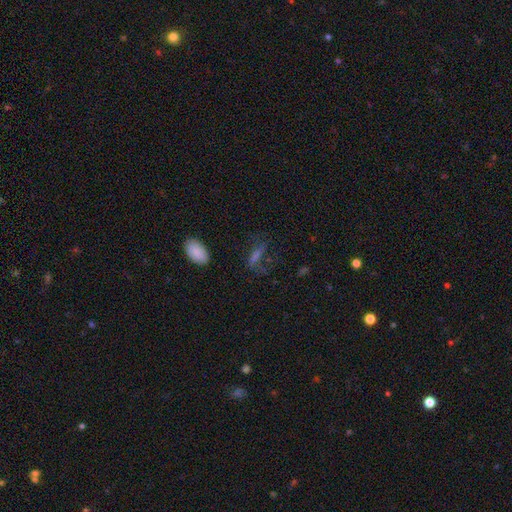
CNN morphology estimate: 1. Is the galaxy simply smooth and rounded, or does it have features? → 47% smooth, 29% featured or disk, 24% star or artifact.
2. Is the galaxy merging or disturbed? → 61% none, 18% major disturbance, 18% minor disturbance, 3% merger.